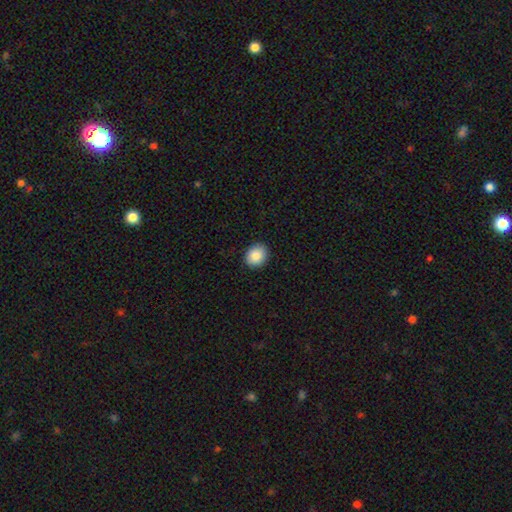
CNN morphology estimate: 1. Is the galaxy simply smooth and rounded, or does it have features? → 87% smooth, 8% star or artifact, 5% featured or disk.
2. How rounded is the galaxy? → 63% round, 36% in between, 1% cigar-shaped.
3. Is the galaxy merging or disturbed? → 91% none, 6% minor disturbance, 2% major disturbance, 1% merger.